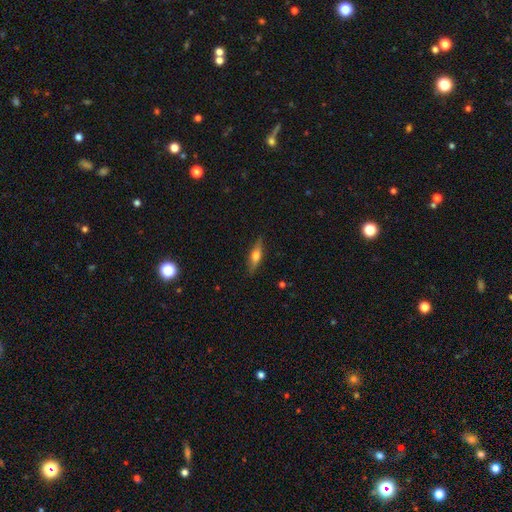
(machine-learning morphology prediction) smooth 48%, featured or disk 46%, star or artifact 7%. Down the decision tree: merging — none (85%).